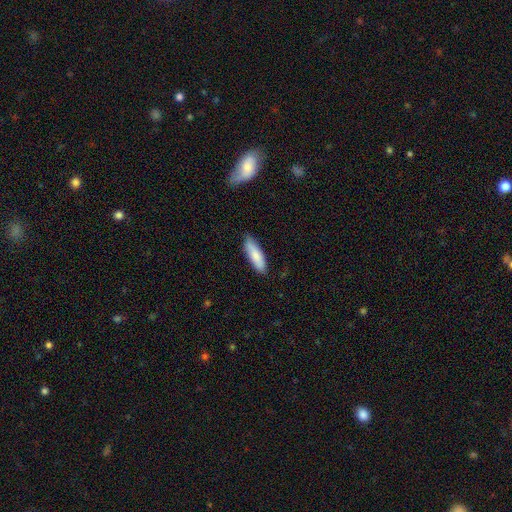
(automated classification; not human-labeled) Smooth or featured? Predicted: smooth (p=0.83). How rounded? Predicted: cigar-shaped (p=0.51). Merging? Predicted: none (p=0.82).